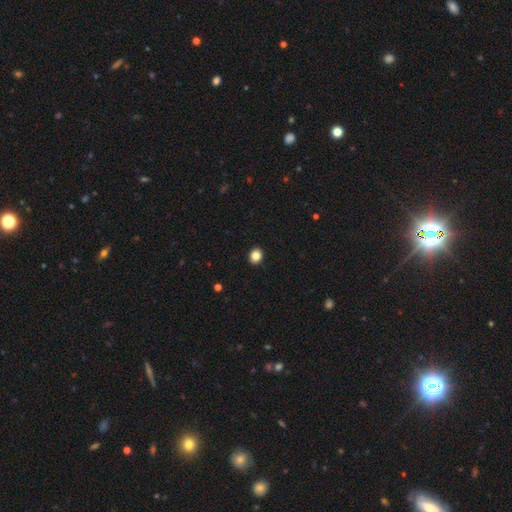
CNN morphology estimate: This is clearly a smooth galaxy (85%). How rounded: likely round (66%). Merging: clearly none (92%).